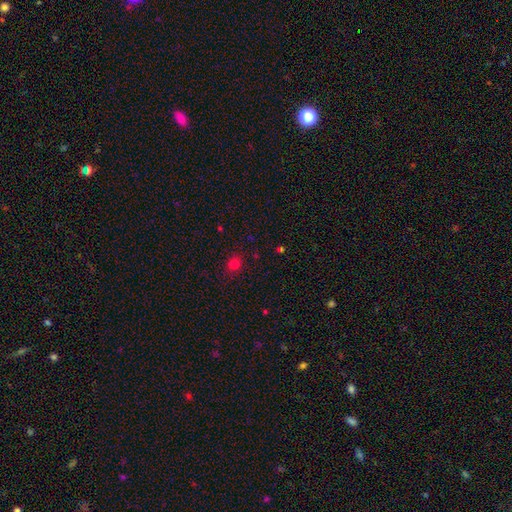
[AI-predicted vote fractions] smooth_or_featured: smooth (p=0.71) [alt: star or artifact p=0.24]
how_rounded: round (p=0.73) [alt: in between p=0.26]
merging: none (p=0.87) [alt: minor disturbance p=0.09]